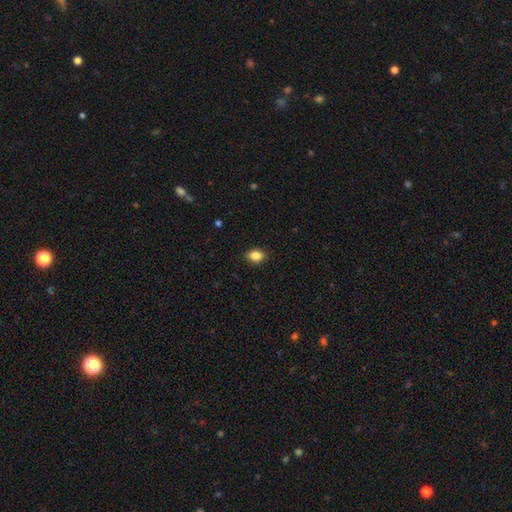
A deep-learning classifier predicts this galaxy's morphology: smooth-or-featured: smooth: 86% | star or artifact: 9% | featured or disk: 4%
  how-rounded: in between: 69% | round: 30% | cigar-shaped: 1%
  merging: none: 88% | minor disturbance: 9% | major disturbance: 2% | merger: 1%